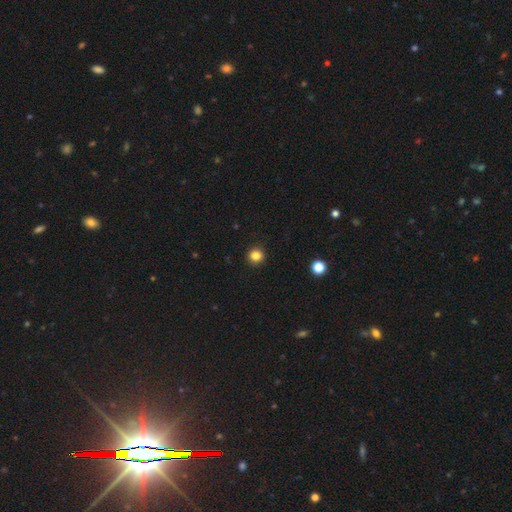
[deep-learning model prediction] Morphology: type=smooth (84%); roundness=round (93%); merging=none (93%).